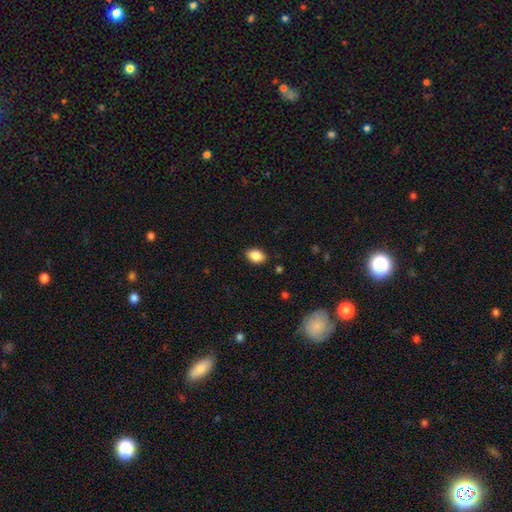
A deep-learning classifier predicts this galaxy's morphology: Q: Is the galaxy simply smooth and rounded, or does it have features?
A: smooth — 88%.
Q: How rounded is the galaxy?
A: in between — 85%.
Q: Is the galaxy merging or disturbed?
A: none — 87%.